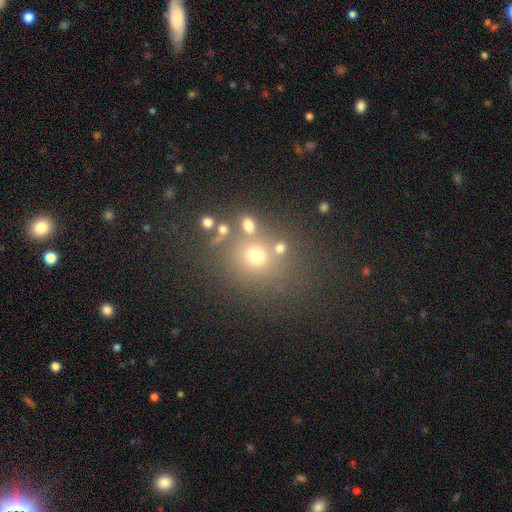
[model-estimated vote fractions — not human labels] A smooth galaxy with no disk features (62%) that is round (81%). Merging: none (67%).